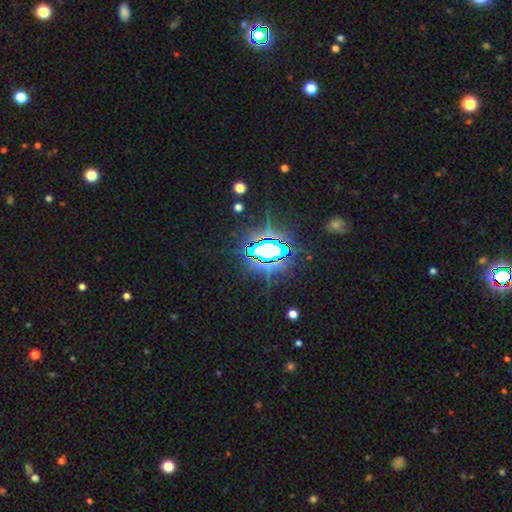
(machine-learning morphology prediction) Q: Smooth or featured?
A: star or artifact (78%); runner-up: smooth (11%)